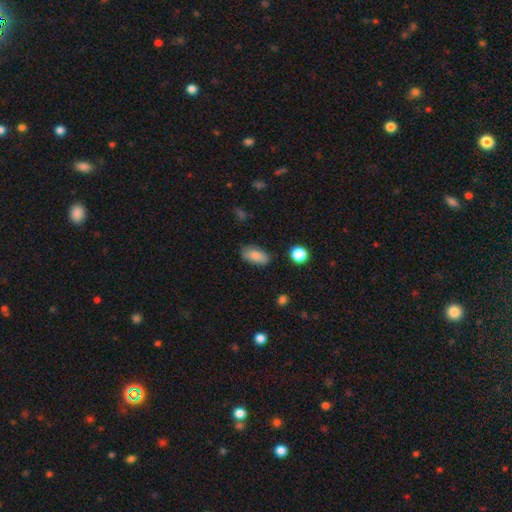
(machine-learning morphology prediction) Smooth or featured: smooth — 85% (star or artifact — 8%)
How rounded: in between — 91% (cigar-shaped — 5%)
Merging: none — 76% (minor disturbance — 18%)